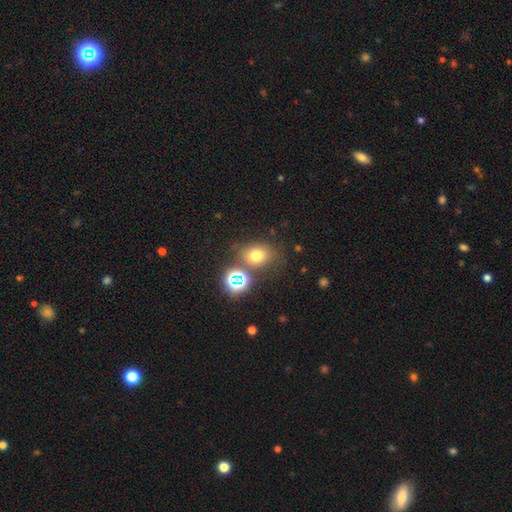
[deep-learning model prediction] Smooth or featured? Predicted: smooth (p=0.68). How rounded? Predicted: round (p=0.54). Merging? Predicted: none (p=0.68).